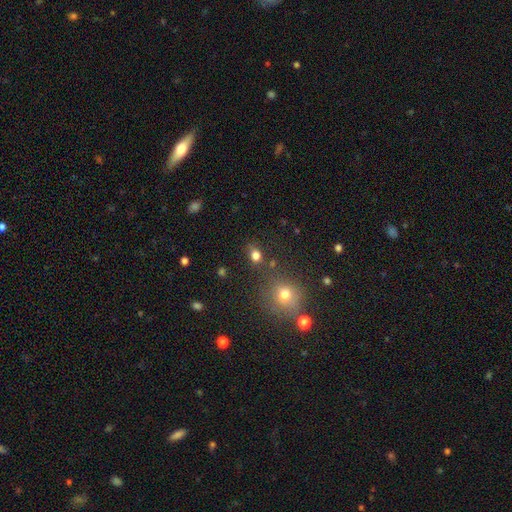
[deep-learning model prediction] Smooth or featured?
  - smooth: 78% *
  - star or artifact: 15%
  - featured or disk: 6%
How rounded?
  - in between: 54% *
  - round: 44%
  - cigar-shaped: 2%
Merging?
  - none: 74% *
  - minor disturbance: 13%
  - merger: 8%
  - major disturbance: 5%